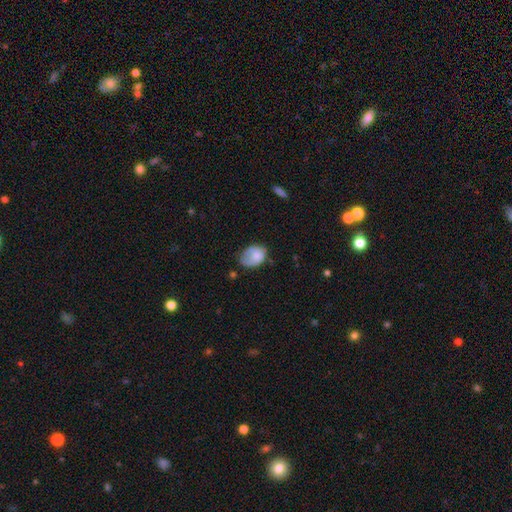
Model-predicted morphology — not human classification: Smooth or featured? Predicted: smooth (p=0.74). How rounded? Predicted: in between (p=0.75). Merging? Predicted: none (p=0.43).